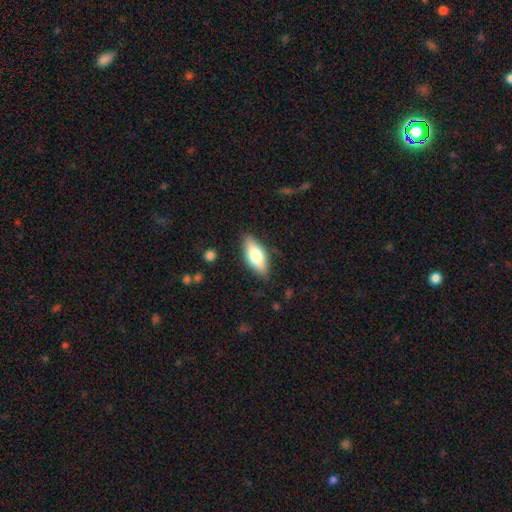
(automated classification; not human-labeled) A smooth galaxy with no disk features (64%) that is in between round and cigar-shaped (77%). Merging: none (84%).